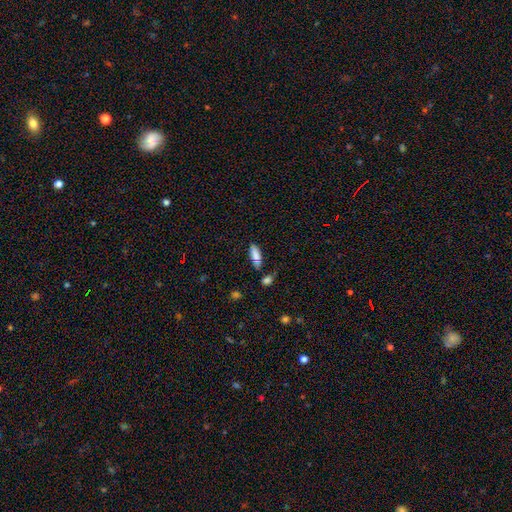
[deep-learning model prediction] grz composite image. It shows a smooth galaxy with no disk features (82%) that is in between round and cigar-shaped (64%). Merging: none (69%).